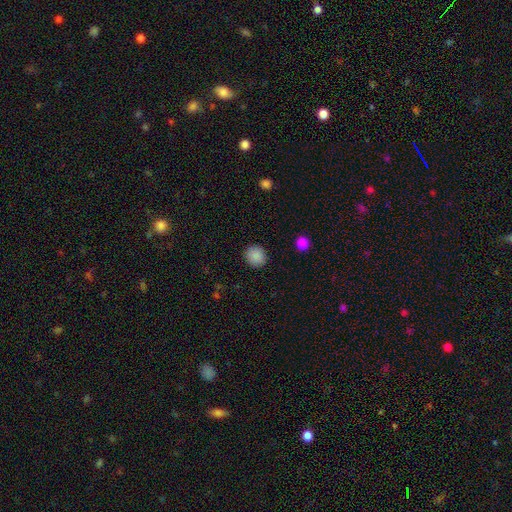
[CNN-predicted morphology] Overall: smooth (88%). How rounded: round (86%). Merging: none (90%).